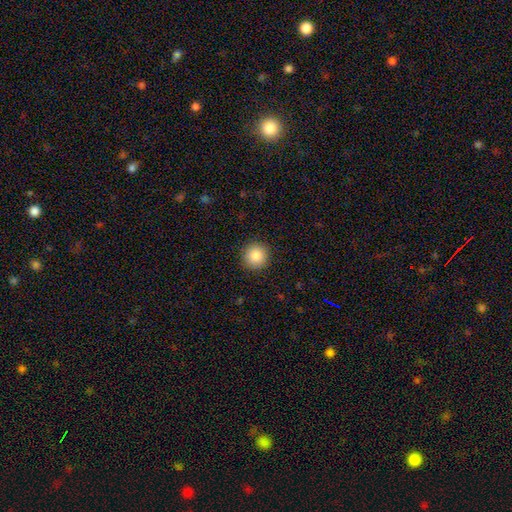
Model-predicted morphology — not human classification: The model was most divided on "smooth or featured": smooth: 87%, star or artifact: 9%, featured or disk: 4%. More confident: how rounded — round (95%); merging — none (92%).